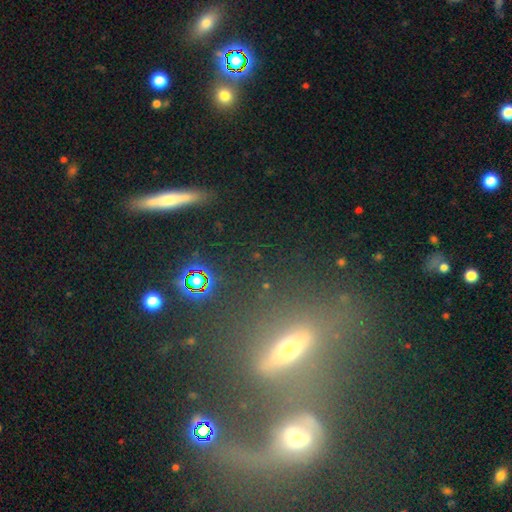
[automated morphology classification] Smooth or featured: featured or disk — 43% (smooth — 31%)
Merging: none — 69% (merger — 12%)